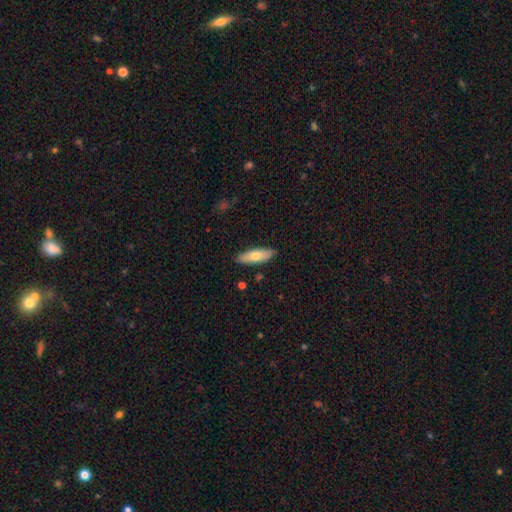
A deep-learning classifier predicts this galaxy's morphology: smooth_or_featured: smooth (p=0.68) [alt: featured or disk p=0.26]
how_rounded: in between (p=0.53) [alt: cigar-shaped p=0.45]
merging: none (p=0.88) [alt: minor disturbance p=0.09]